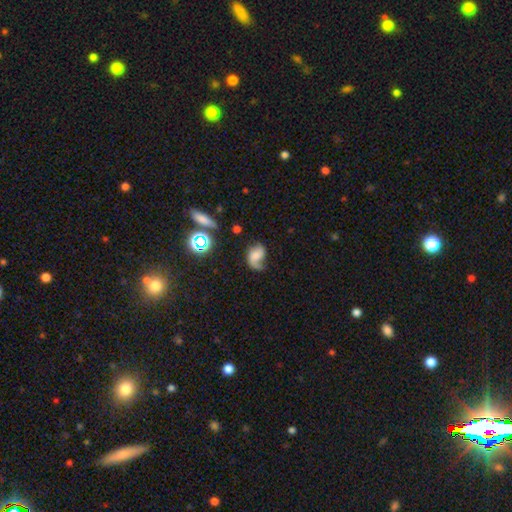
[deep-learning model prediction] The model was most divided on "bulge size": small: 31%, none: 28%, moderate: 28%, large: 11%, dominant: 4%. Remaining: edge-on disk — no (97%); spiral arms — yes (90%); bar — no (60%); smooth or featured — featured or disk (56%); merging — none (39%).